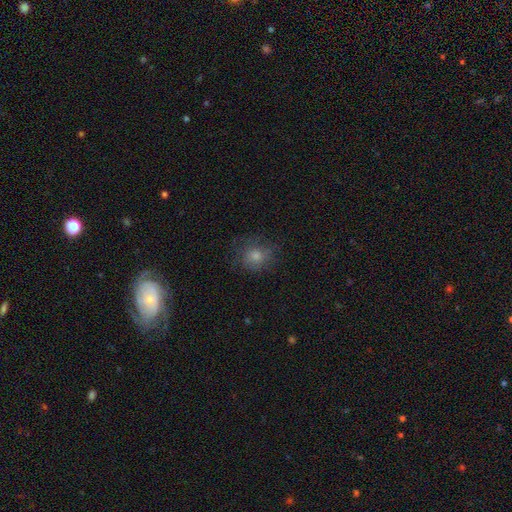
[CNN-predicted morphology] smooth-or-featured: smooth: 54% | featured or disk: 26% | star or artifact: 20%
  how-rounded: round: 78% | in between: 21% | cigar-shaped: 1%
  merging: none: 72% | minor disturbance: 16% | major disturbance: 10% | merger: 2%